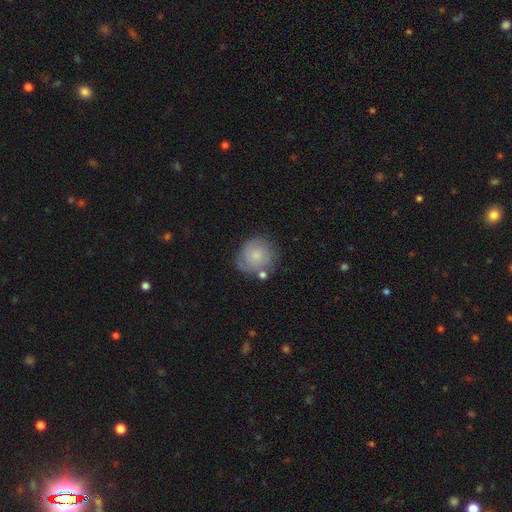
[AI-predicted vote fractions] The model was most divided on "smooth or featured": smooth: 68%, featured or disk: 24%, star or artifact: 8%. More confident: how rounded — round (83%); merging — none (65%).